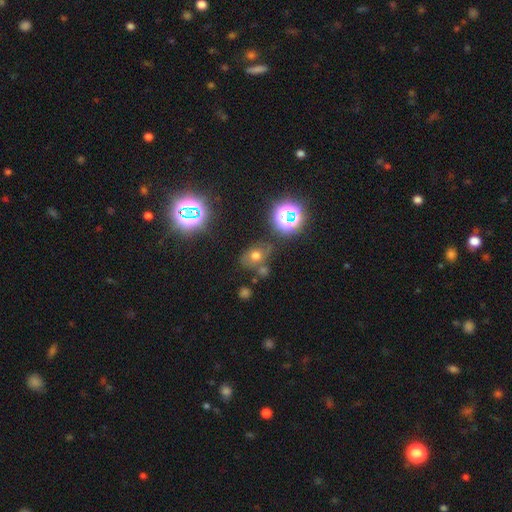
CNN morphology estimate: smooth-or-featured: smooth: 54% | star or artifact: 30% | featured or disk: 16%
  how-rounded: in between: 56% | round: 42% | cigar-shaped: 2%
  merging: none: 61% | minor disturbance: 18% | merger: 14% | major disturbance: 8%